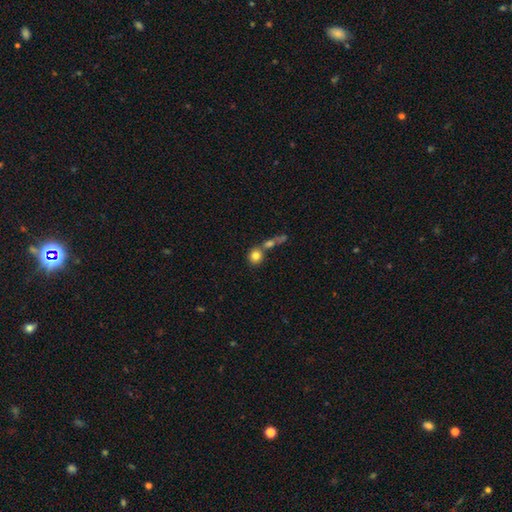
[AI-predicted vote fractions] Morphology: type=smooth (80%); roundness=round (84%); merging=none (52%).